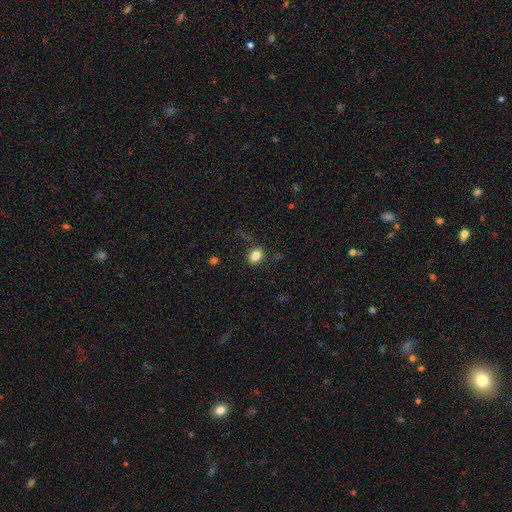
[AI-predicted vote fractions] smooth 83%, star or artifact 10%, featured or disk 7%. Down the decision tree: how rounded — in between (66%); merging — none (82%).